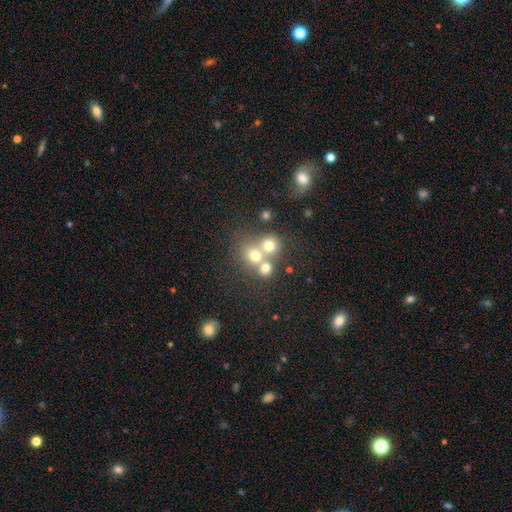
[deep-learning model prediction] Smooth or featured?
  - smooth: 65% *
  - star or artifact: 18%
  - featured or disk: 17%
How rounded?
  - round: 80% *
  - in between: 19%
  - cigar-shaped: 1%
Merging?
  - merger: 49% *
  - none: 40%
  - minor disturbance: 7%
  - major disturbance: 4%